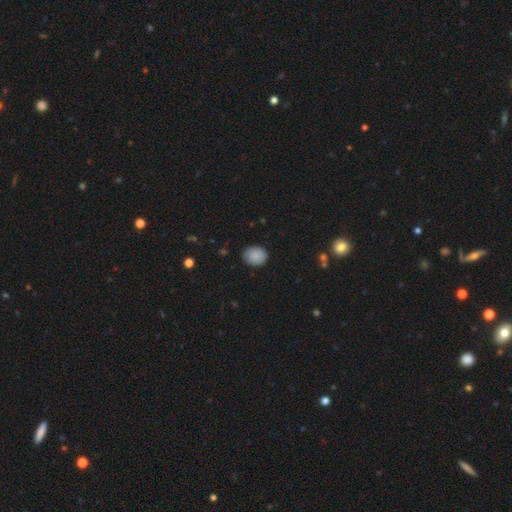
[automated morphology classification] The model was most divided on "how rounded": round: 61%, in between: 38%, cigar-shaped: 1%. More confident: smooth or featured — smooth (88%); merging — none (87%).